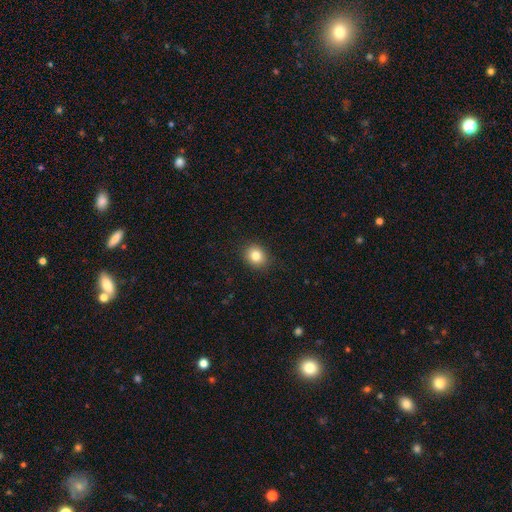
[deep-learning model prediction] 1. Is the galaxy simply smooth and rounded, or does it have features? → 82% smooth, 11% star or artifact, 7% featured or disk.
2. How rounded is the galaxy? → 66% round, 33% in between, 1% cigar-shaped.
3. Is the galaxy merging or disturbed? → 89% none, 8% minor disturbance, 2% major disturbance, 1% merger.